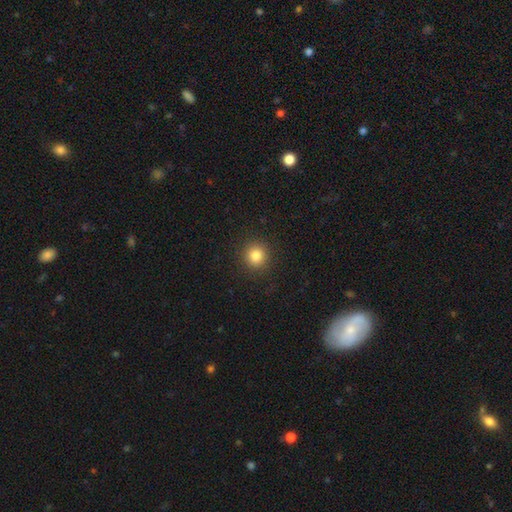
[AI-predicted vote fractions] A smooth galaxy with no disk features (83%) that is round (92%). Merging: none (91%).